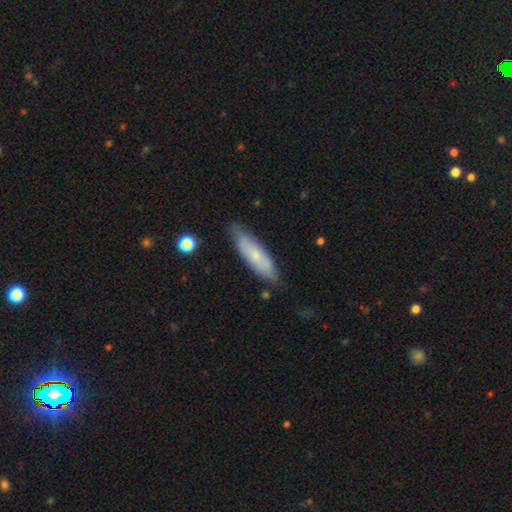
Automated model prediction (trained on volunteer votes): This appears to be a smooth galaxy with no disk features (64%) that is cigar-shaped (62%). Merging: none (77%).